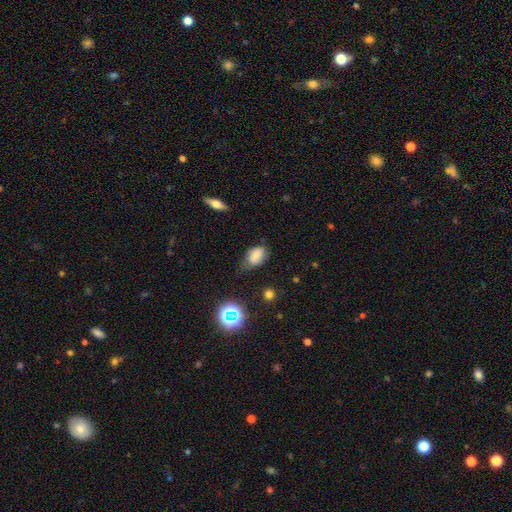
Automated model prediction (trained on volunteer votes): A smooth galaxy with no disk features (75%) that is in between round and cigar-shaped (79%).

Vote fractions:
- Smooth or featured? smooth: 75% / star or artifact: 13% / featured or disk: 12%
- How rounded? in between: 79% / round: 20% / cigar-shaped: 2%
- Merging? none: 47% / minor disturbance: 39% / major disturbance: 11% / merger: 3%